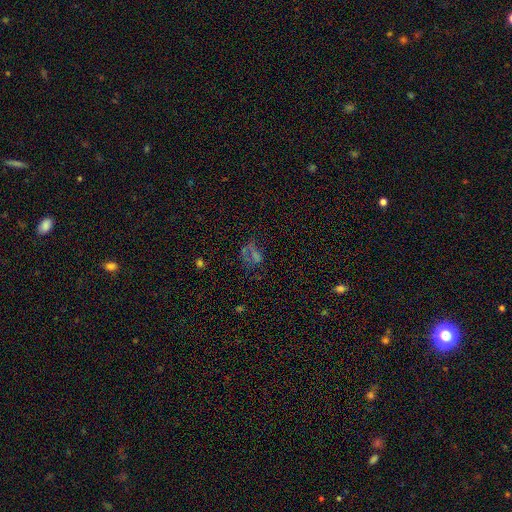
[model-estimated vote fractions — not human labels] Q: Smooth or featured?
A: star or artifact (48%); runner-up: smooth (29%)